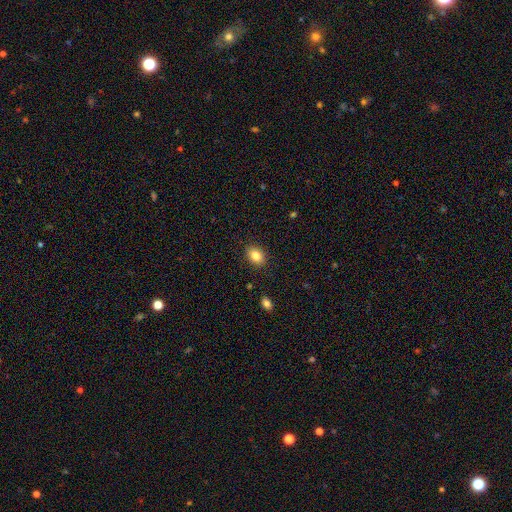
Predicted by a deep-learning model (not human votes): Overall: smooth (84%). How rounded: in between (71%). Merging: none (88%).